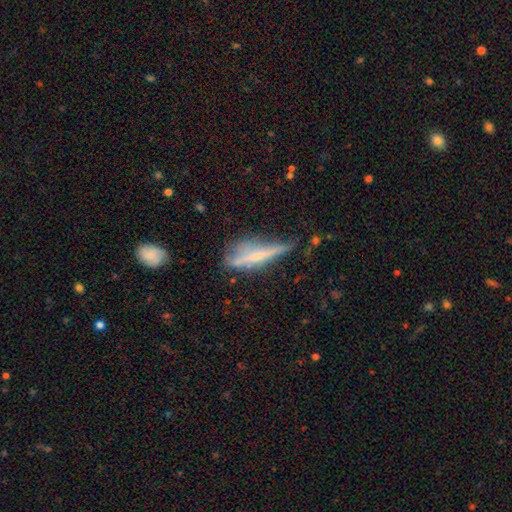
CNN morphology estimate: This appears to be a featured or disk galaxy (56%) viewed edge-on (86%). Merging: none (52%).